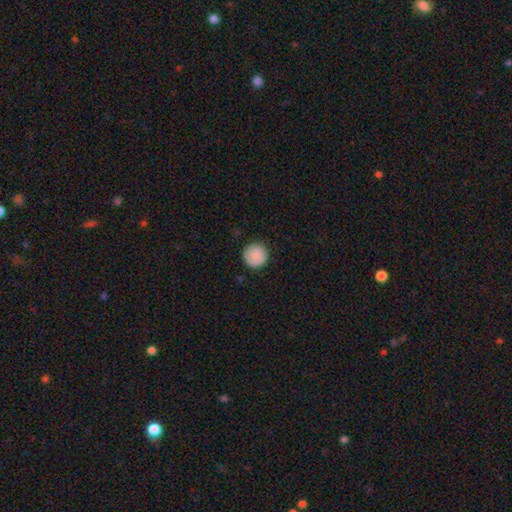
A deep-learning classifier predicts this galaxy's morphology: Smooth or featured? smooth (89%)
How rounded? round (96%)
Merging? none (90%)